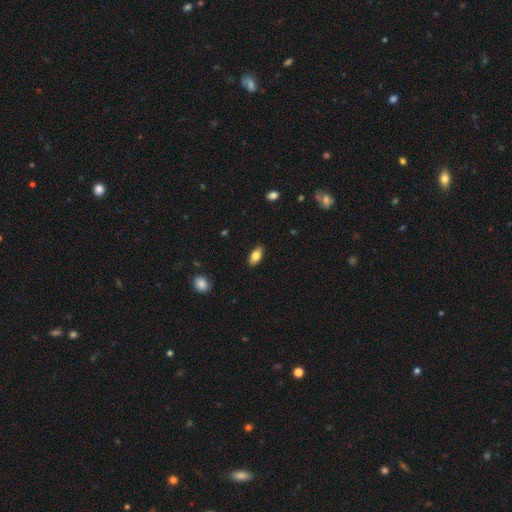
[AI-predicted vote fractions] smooth 79%, featured or disk 14%, star or artifact 7%. Down the decision tree: how rounded — in between (89%); merging — none (88%).